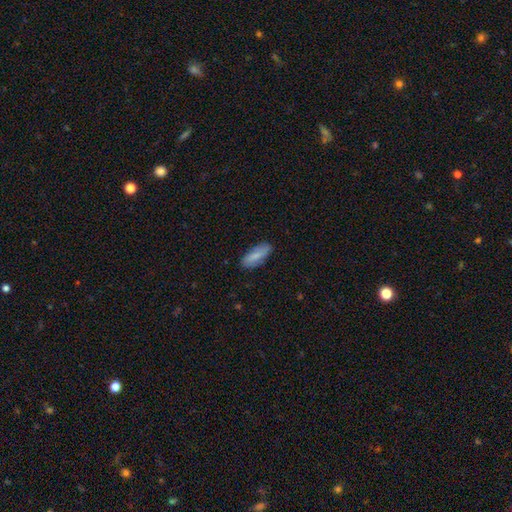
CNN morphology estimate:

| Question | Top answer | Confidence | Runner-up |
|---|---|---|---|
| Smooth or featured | smooth | 78% | featured or disk (16%) |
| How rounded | in between | 75% | cigar-shaped (23%) |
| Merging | none | 83% | minor disturbance (13%) |